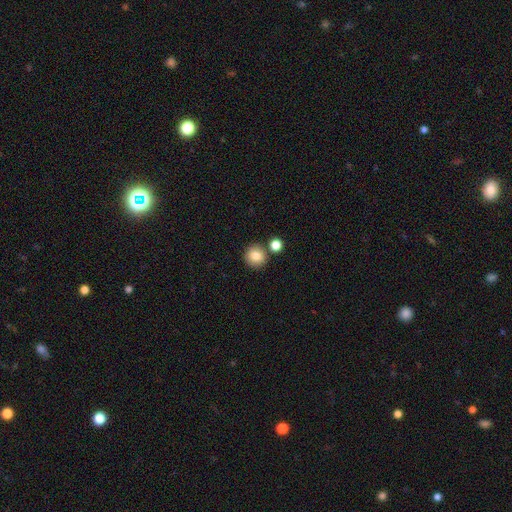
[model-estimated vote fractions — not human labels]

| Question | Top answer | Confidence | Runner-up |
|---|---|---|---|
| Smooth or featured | smooth | 83% | star or artifact (10%) |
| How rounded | round | 92% | in between (7%) |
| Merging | none | 79% | merger (11%) |